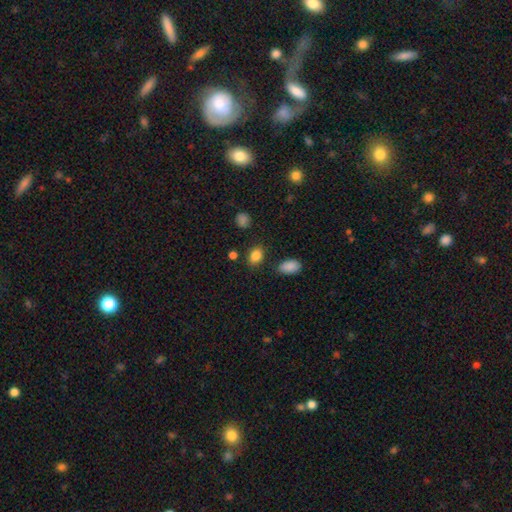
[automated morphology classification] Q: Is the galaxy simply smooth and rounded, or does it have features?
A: smooth — 86%.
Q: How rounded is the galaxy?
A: in between — 74%.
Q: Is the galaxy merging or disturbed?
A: none — 81%.